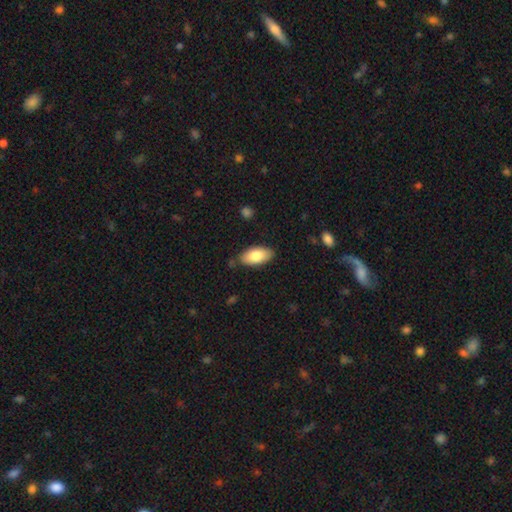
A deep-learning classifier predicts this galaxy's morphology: Smooth or featured? Predicted: smooth (p=0.80). How rounded? Predicted: in between (p=0.93). Merging? Predicted: none (p=0.82).